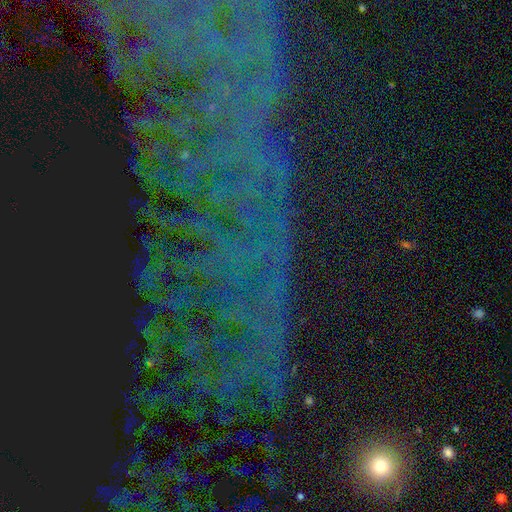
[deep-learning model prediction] The model was most divided on "smooth or featured": star or artifact: 71%, featured or disk: 18%, smooth: 11%.